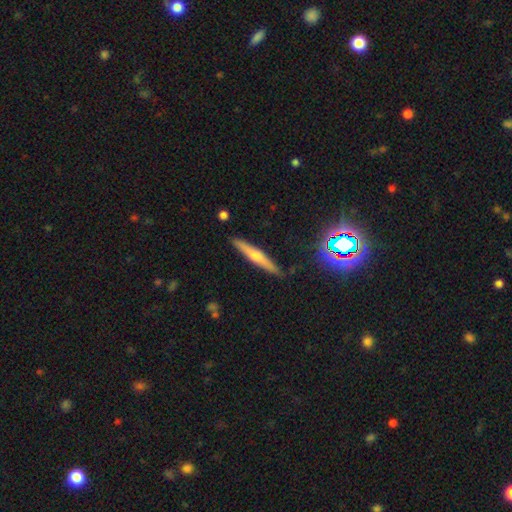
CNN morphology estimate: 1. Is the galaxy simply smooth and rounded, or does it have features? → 54% featured or disk, 37% smooth, 8% star or artifact.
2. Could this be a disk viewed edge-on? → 96% yes, 4% no.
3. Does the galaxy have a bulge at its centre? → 83% rounded, 12% none, 5% boxy.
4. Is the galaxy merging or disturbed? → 88% none, 9% minor disturbance, 2% major disturbance, 2% merger.